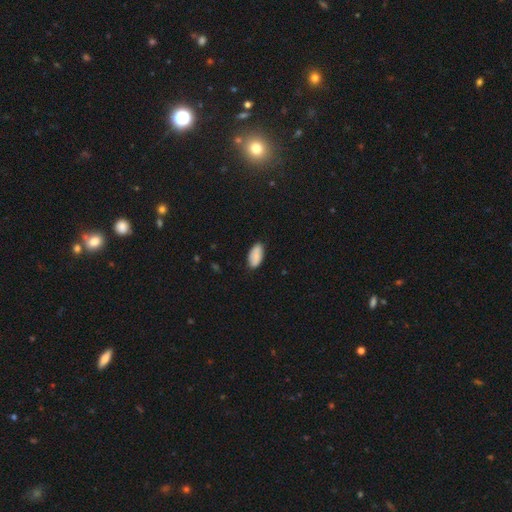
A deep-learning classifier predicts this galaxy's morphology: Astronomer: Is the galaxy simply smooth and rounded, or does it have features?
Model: smooth — 84%.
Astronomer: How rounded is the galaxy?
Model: in between — 94%.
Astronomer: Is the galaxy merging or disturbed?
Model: none — 82%.